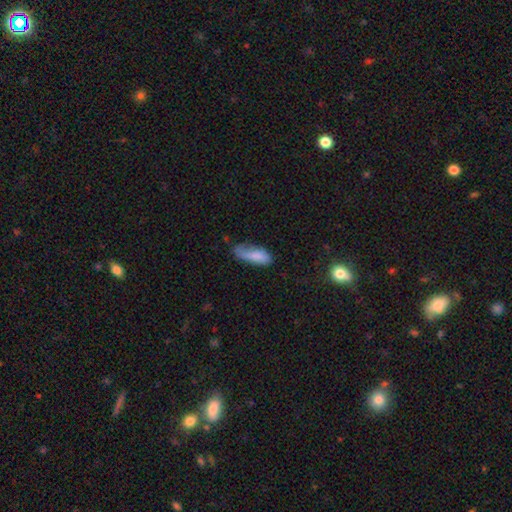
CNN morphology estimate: smooth_or_featured: smooth (p=0.78) [alt: featured or disk p=0.15]
how_rounded: in between (p=0.63) [alt: cigar-shaped p=0.34]
merging: none (p=0.39) [alt: minor disturbance p=0.36]